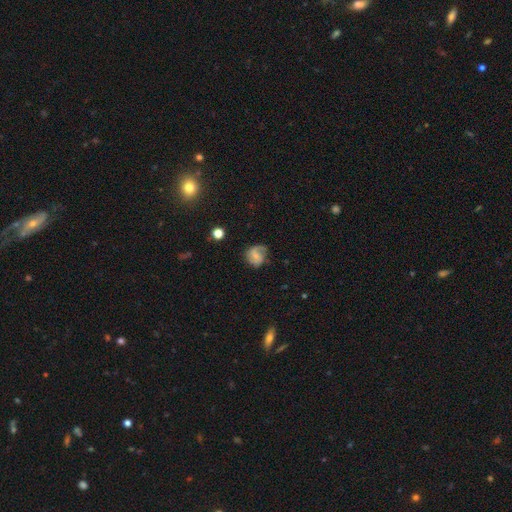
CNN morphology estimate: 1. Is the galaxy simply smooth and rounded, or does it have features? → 46% smooth, 44% featured or disk, 10% star or artifact.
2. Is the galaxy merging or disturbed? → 57% none, 27% minor disturbance, 14% major disturbance, 2% merger.